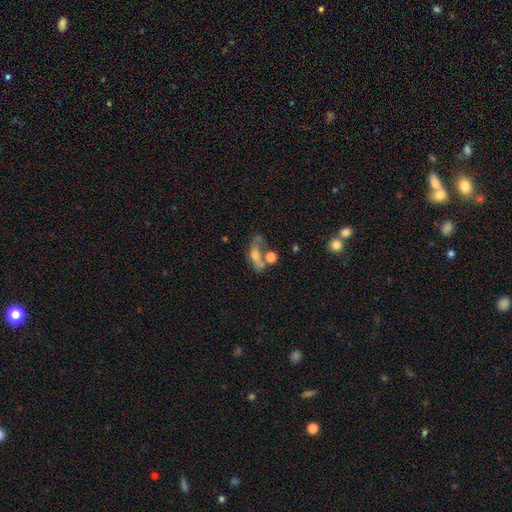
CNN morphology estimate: Overall: featured or disk (44%; smooth 42%). Merging: merger (33%; none 32%).